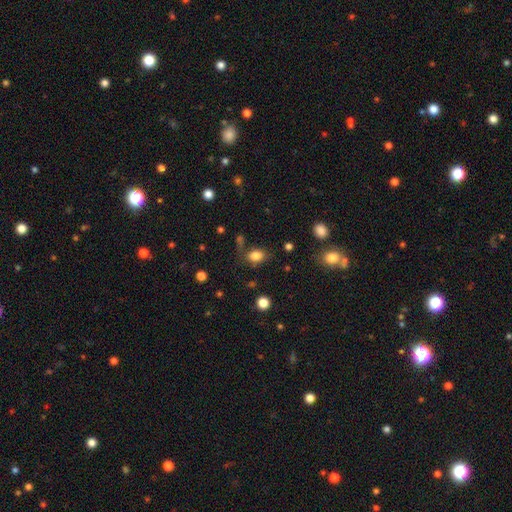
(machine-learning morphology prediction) Smooth or featured: smooth — 82% (star or artifact — 12%)
How rounded: in between — 70% (round — 28%)
Merging: none — 69% (minor disturbance — 18%)